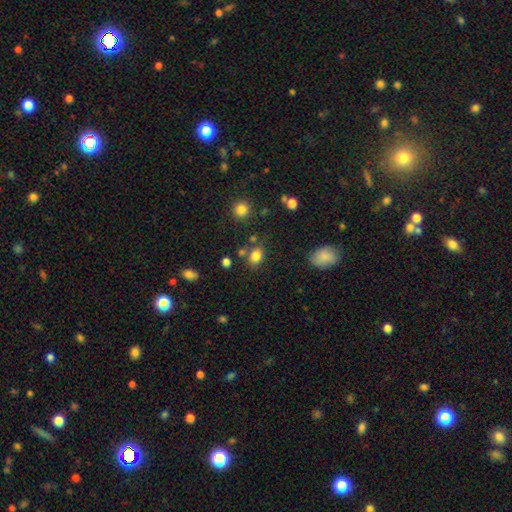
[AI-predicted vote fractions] A smooth galaxy with no disk features (82%) that is in between round and cigar-shaped (65%). Merging: none (68%).